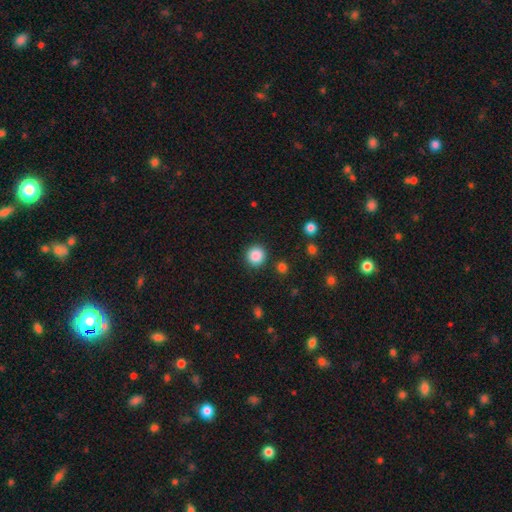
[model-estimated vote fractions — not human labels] A smooth galaxy with no disk features (87%) that is round (93%). Merging: none (89%).